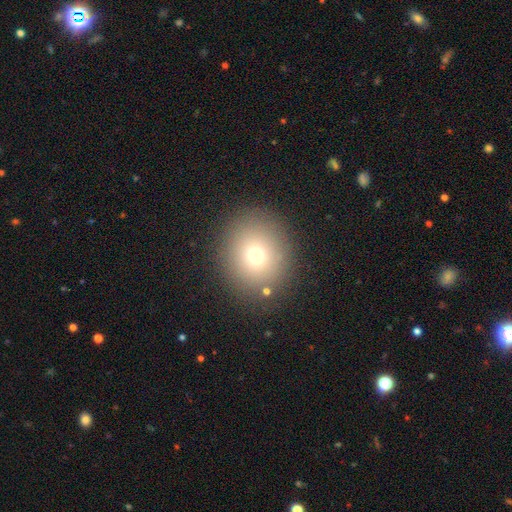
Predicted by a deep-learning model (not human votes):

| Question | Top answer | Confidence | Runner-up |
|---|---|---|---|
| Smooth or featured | smooth | 72% | star or artifact (16%) |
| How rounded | round | 76% | in between (23%) |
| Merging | none | 86% | minor disturbance (8%) |